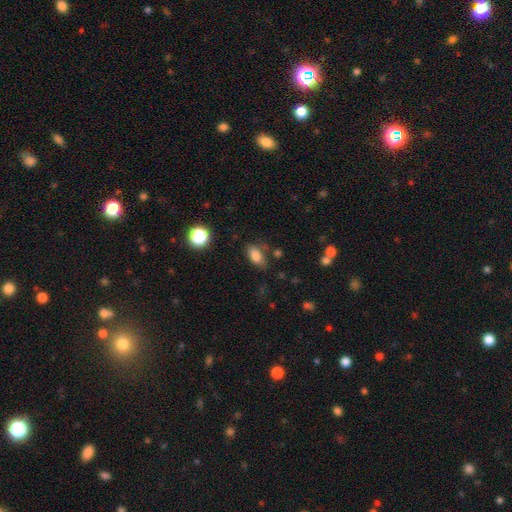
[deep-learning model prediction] This is clearly a smooth galaxy (81%). How rounded: clearly in between (87%). Merging: likely none (71%).